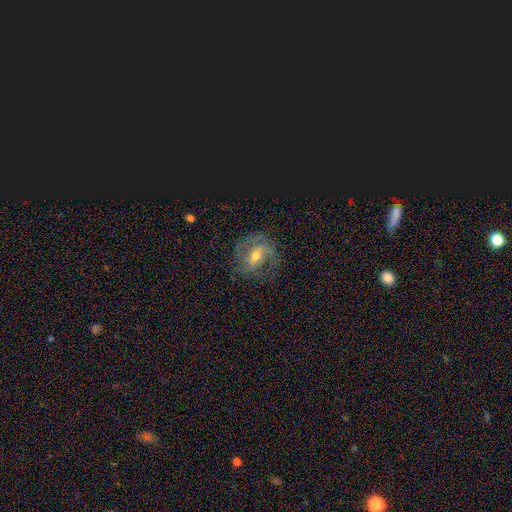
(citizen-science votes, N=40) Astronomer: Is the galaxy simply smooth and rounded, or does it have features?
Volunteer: featured or disk — 75%.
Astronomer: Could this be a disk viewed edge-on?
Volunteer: no — 97%.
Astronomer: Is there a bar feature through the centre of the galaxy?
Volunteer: strong — 34%, tied with no at 34%.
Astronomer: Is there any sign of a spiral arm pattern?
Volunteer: yes — 76%.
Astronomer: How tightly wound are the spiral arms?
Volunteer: medium — 50% (runner-up: tight, 45%).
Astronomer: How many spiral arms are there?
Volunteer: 2 — 55% (runner-up: can't tell, 32%).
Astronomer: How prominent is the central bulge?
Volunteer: moderate — 62%.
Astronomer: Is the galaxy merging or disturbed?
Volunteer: none — 79%.